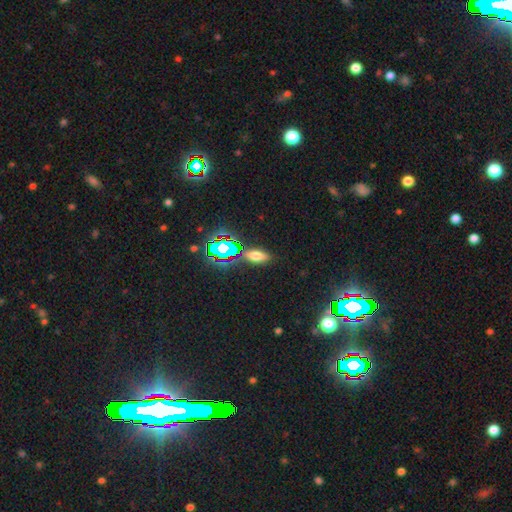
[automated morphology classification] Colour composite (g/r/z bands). It shows a smooth galaxy with no disk features (57%) that is in between round and cigar-shaped (68%). Merging: none (82%).